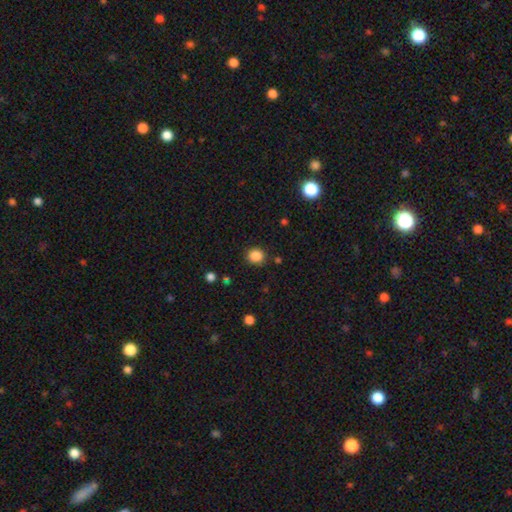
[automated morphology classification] A smooth galaxy with no disk features (86%) that is round (81%).

Vote fractions:
- Smooth or featured? smooth: 86% / star or artifact: 11% / featured or disk: 3%
- How rounded? round: 81% / in between: 18% / cigar-shaped: 1%
- Merging? none: 87% / minor disturbance: 8% / major disturbance: 3% / merger: 2%